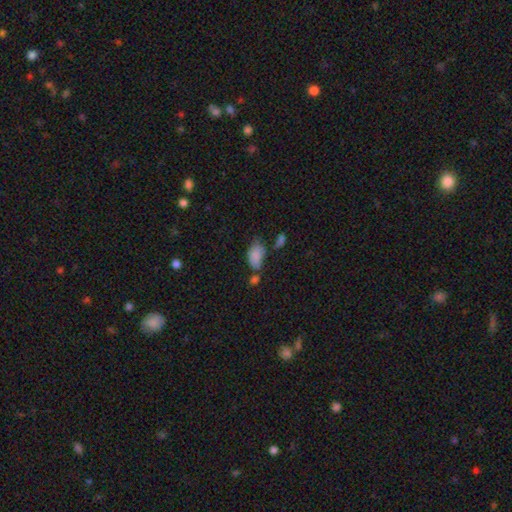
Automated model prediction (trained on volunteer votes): A smooth galaxy with no disk features (82%) that is in between round and cigar-shaped (91%). Merging: none (38%).